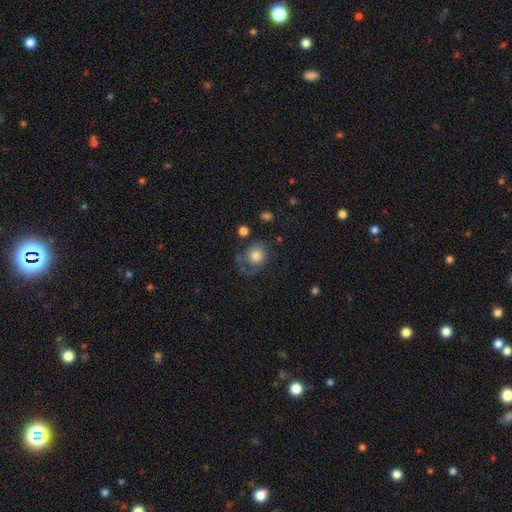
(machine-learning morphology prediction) A smooth galaxy with no disk features (70%) that is round (80%). Merging: none (52%).